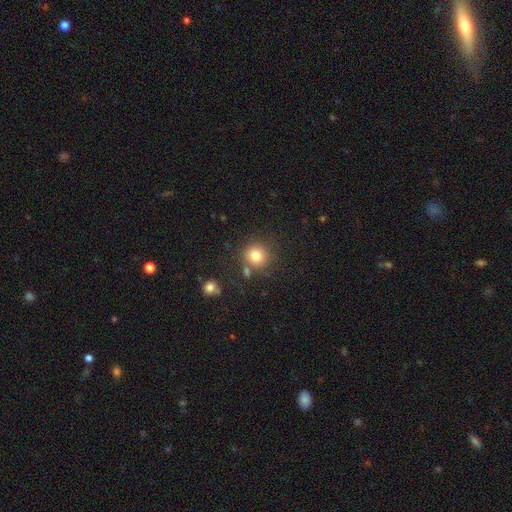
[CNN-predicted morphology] Q: Smooth or featured?
A: smooth (80%); runner-up: star or artifact (12%)
Q: How rounded?
A: round (90%); runner-up: in between (9%)
Q: Merging?
A: none (75%); runner-up: merger (10%)